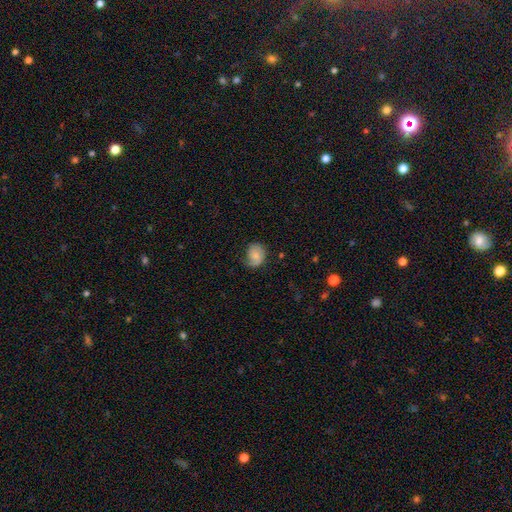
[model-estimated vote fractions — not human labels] A smooth galaxy with no disk features (50%) that is round (51%). Merging: none (54%).